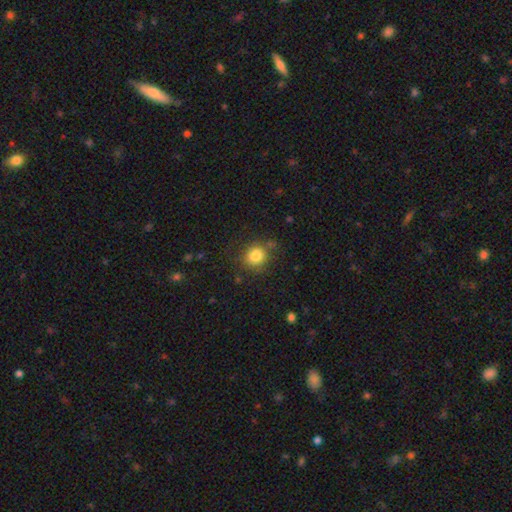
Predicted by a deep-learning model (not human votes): A smooth galaxy with no disk features (83%) that is round (80%).

Vote fractions:
- Smooth or featured? smooth: 83% / star or artifact: 11% / featured or disk: 6%
- How rounded? round: 80% / in between: 19% / cigar-shaped: 1%
- Merging? none: 79% / minor disturbance: 13% / major disturbance: 4% / merger: 3%